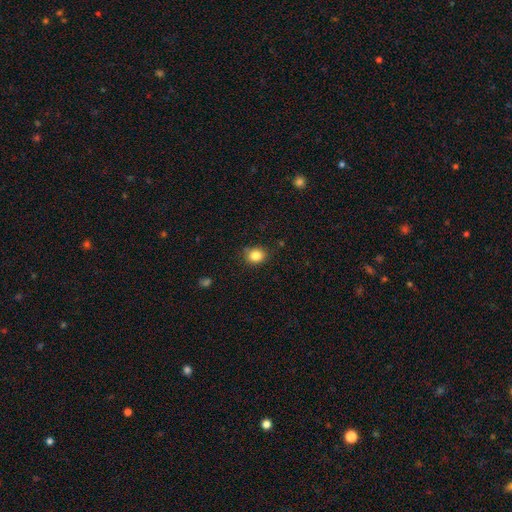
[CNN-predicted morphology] type=smooth (84%); roundness=round (66%); merging=none (83%).